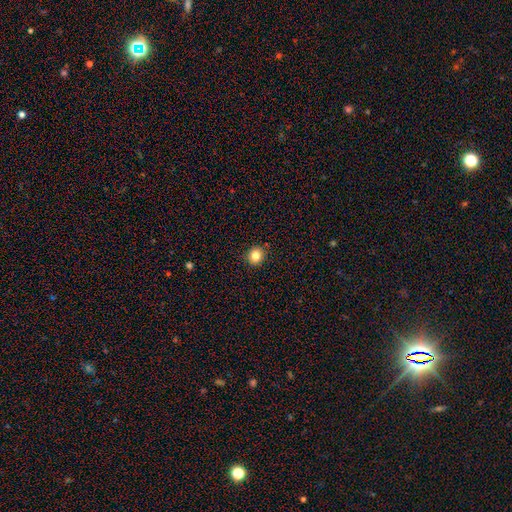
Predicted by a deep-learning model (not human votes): This appears to be a smooth galaxy with no disk features (83%) that is round (78%). Merging: none (90%).